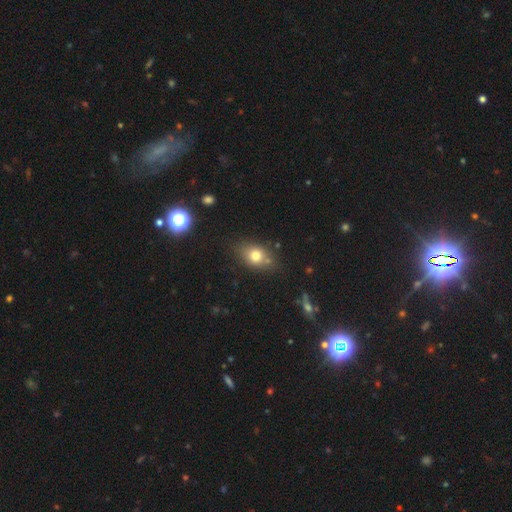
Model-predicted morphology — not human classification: Smooth or featured? smooth (76%)
How rounded? in between (65%)
Merging? none (72%)